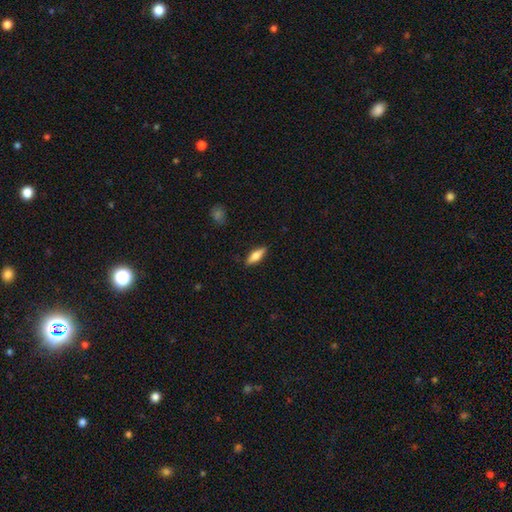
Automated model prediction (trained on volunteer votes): A smooth galaxy with no disk features (63%) that is in between round and cigar-shaped (50%).

Vote fractions:
- Smooth or featured? smooth: 63% / featured or disk: 31% / star or artifact: 6%
- How rounded? in between: 50% / cigar-shaped: 48% / round: 2%
- Merging? none: 87% / minor disturbance: 9% / major disturbance: 2% / merger: 1%